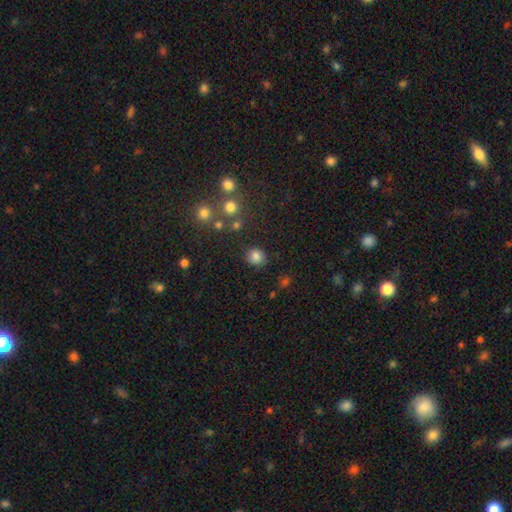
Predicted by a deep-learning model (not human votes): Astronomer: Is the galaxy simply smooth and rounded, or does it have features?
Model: smooth — 82%.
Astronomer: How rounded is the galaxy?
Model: round — 82%.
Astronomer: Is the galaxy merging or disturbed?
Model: none — 85%.